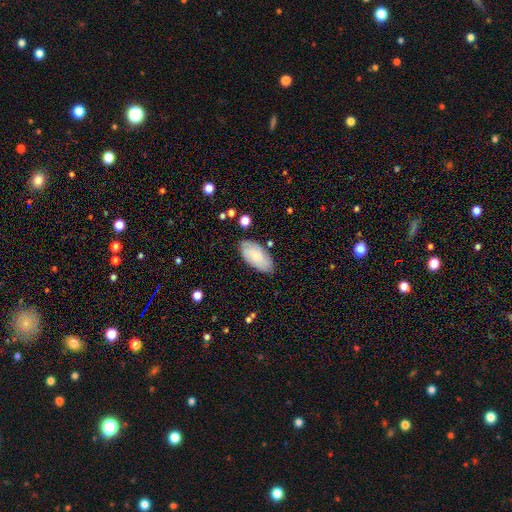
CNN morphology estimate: Smooth or featured: smooth — 69% (featured or disk — 24%)
How rounded: in between — 94% (cigar-shaped — 4%)
Merging: none — 78% (minor disturbance — 16%)